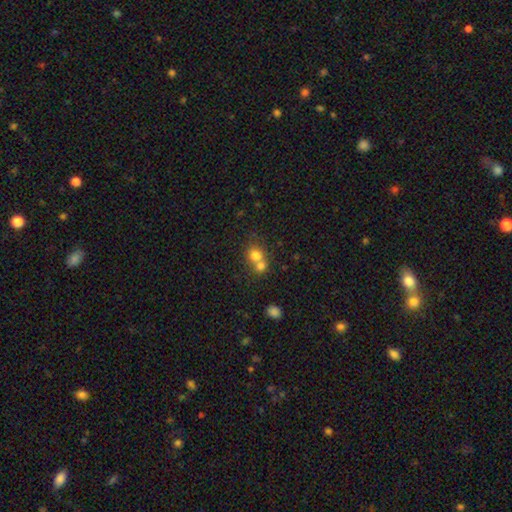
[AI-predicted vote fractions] This is likely a smooth galaxy (76%). How rounded: likely round (79%). Merging: possibly merger (60%).